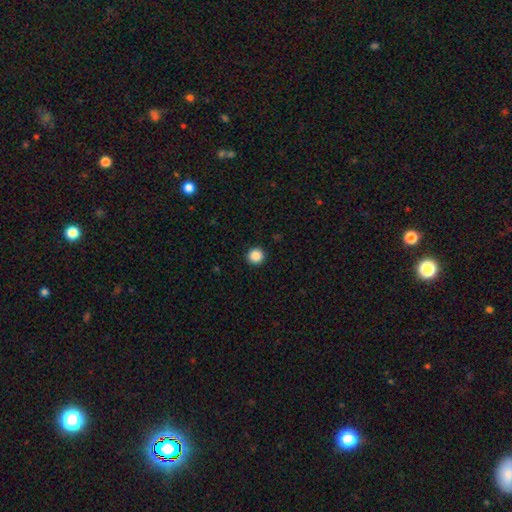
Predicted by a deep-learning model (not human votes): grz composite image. It shows a smooth galaxy with no disk features (87%) that is round (96%). Merging: none (94%).